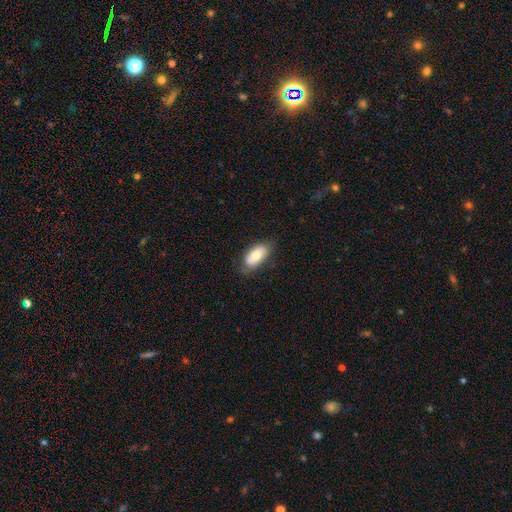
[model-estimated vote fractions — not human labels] Morphology: type=smooth (74%); roundness=in between (90%); merging=none (73%).